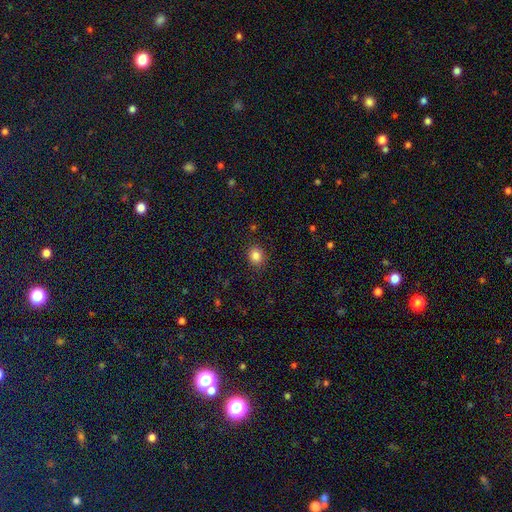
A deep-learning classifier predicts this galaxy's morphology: Q: Smooth or featured?
A: smooth (84%); runner-up: star or artifact (11%)
Q: How rounded?
A: round (73%); runner-up: in between (27%)
Q: Merging?
A: none (89%); runner-up: minor disturbance (8%)